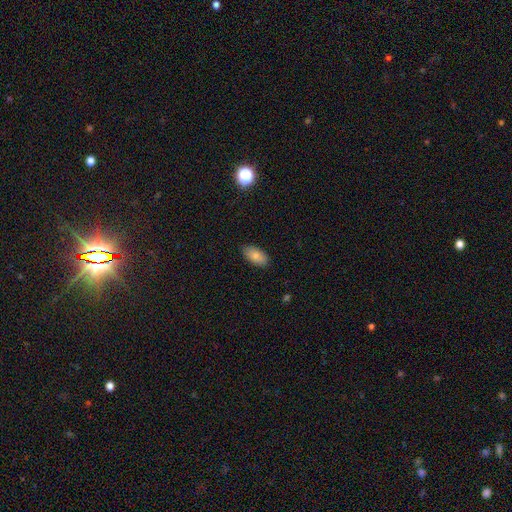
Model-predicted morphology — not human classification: Smooth or featured? Predicted: smooth (p=0.83). How rounded? Predicted: in between (p=0.93). Merging? Predicted: none (p=0.87).